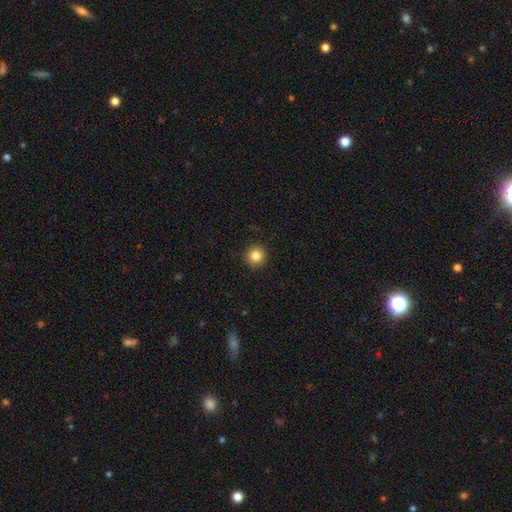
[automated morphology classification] Q: Smooth or featured?
A: smooth (84%); runner-up: star or artifact (11%)
Q: How rounded?
A: round (95%); runner-up: in between (4%)
Q: Merging?
A: none (93%); runner-up: minor disturbance (5%)